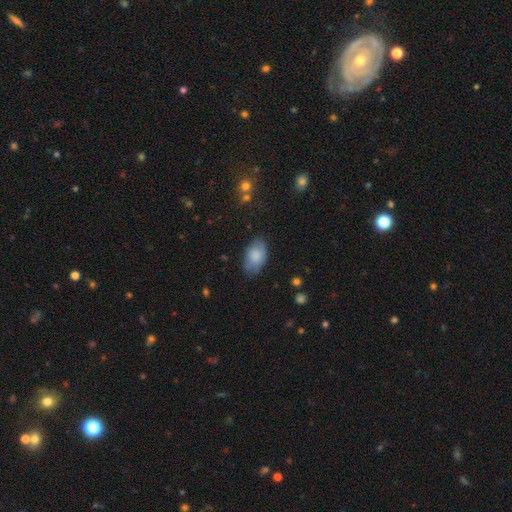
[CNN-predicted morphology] Smooth or featured: smooth — 82% (featured or disk — 12%)
How rounded: in between — 92% (round — 6%)
Merging: none — 70% (minor disturbance — 23%)